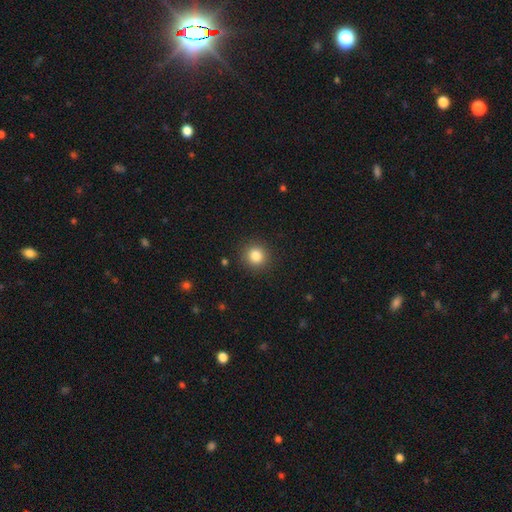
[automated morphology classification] This is clearly a smooth galaxy (84%). How rounded: clearly round (94%). Merging: clearly none (91%).